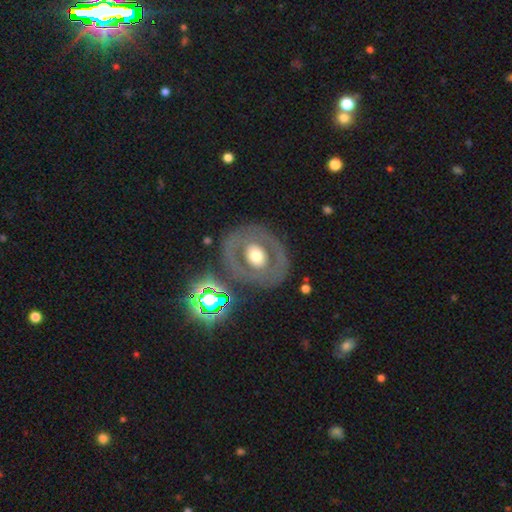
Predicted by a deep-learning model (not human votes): A featured or disk galaxy (58%) with no bar (79%), no spiral arms (82%) and a moderate central bulge (57%).

Vote fractions:
- Smooth or featured? featured or disk: 58% / smooth: 34% / star or artifact: 8%
- Edge-on disk? no: 94% / yes: 6%
- Bar? no: 79% / weak: 13% / strong: 8%
- Spiral arms? no: 82% / yes: 18%
- Bulge size? moderate: 57% / large: 30% / small: 8% / dominant: 4% / none: 1%
- Merging? none: 78% / minor disturbance: 11% / major disturbance: 9% / merger: 3%